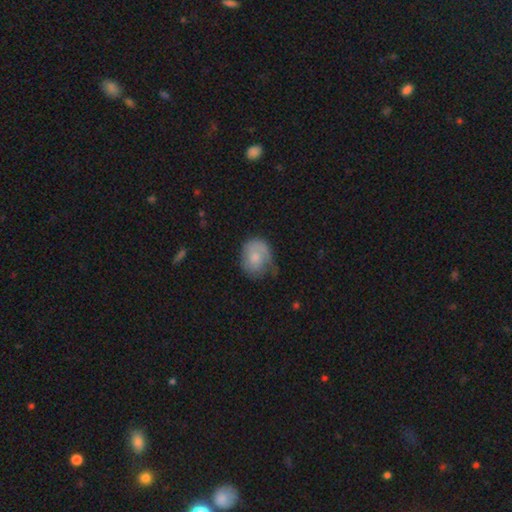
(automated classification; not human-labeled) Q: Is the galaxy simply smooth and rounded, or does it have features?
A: smooth — 57%.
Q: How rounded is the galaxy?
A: round — 56%.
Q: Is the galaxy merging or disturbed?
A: none — 51%.